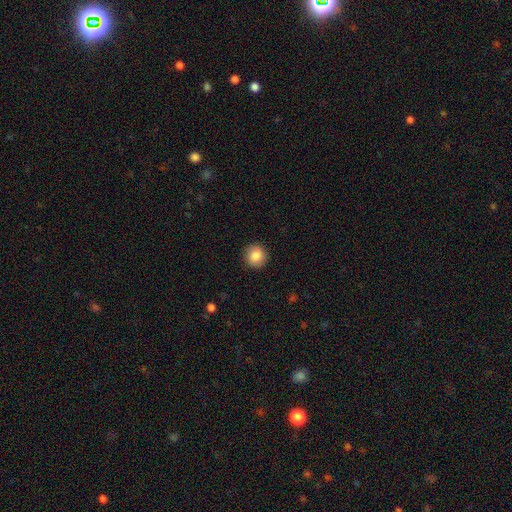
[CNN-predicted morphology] Smooth or featured?
  - smooth: 86% *
  - star or artifact: 9%
  - featured or disk: 6%
How rounded?
  - round: 93% *
  - in between: 6%
  - cigar-shaped: 1%
Merging?
  - none: 91% *
  - minor disturbance: 6%
  - major disturbance: 2%
  - merger: 1%